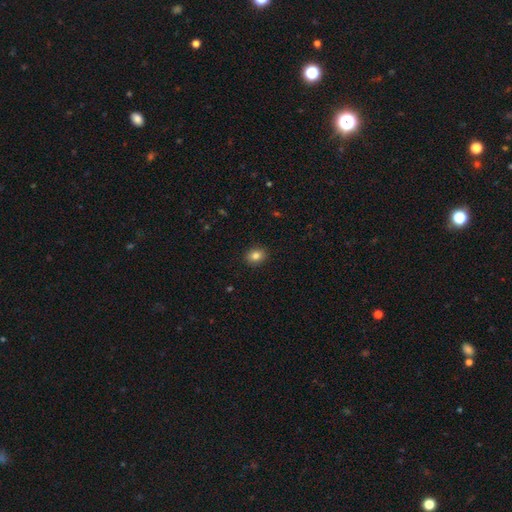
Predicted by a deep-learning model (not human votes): Morphology: type=smooth (83%); roundness=round (50%); merging=none (91%).